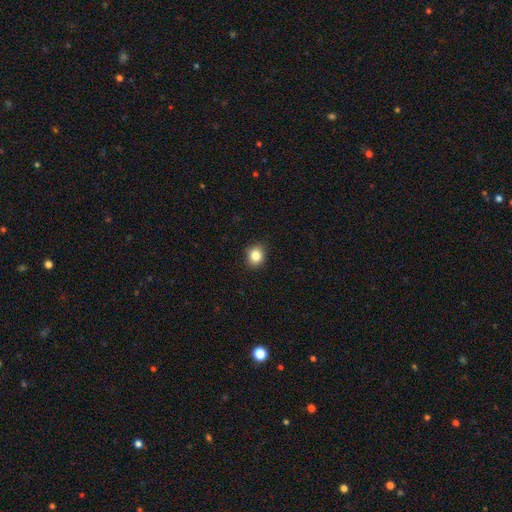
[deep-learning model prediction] Smooth or featured? smooth (84%)
How rounded? round (81%)
Merging? none (89%)